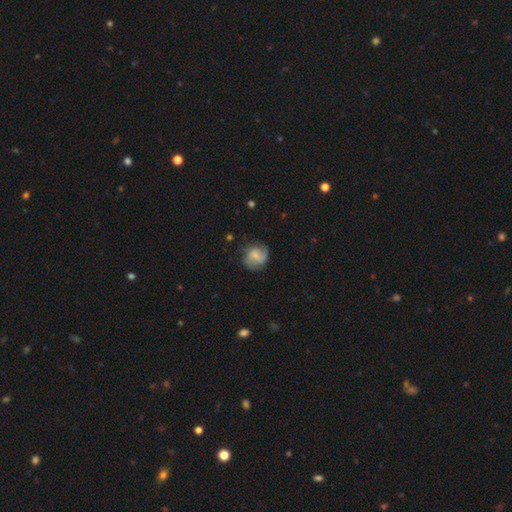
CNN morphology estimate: Smooth or featured? Predicted: featured or disk (p=0.50). Merging? Predicted: none (p=0.69).